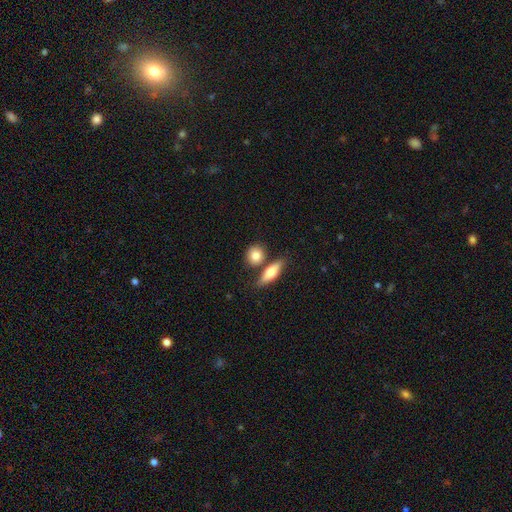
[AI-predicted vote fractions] Overall: smooth (82%). How rounded: round (63%; in between 31%). Merging: none (63%).